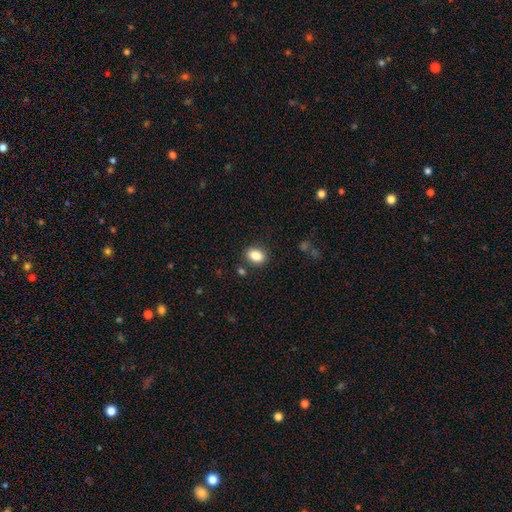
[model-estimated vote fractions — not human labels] smooth 85%, star or artifact 9%, featured or disk 6%. Down the decision tree: how rounded — in between (71%); merging — none (86%).